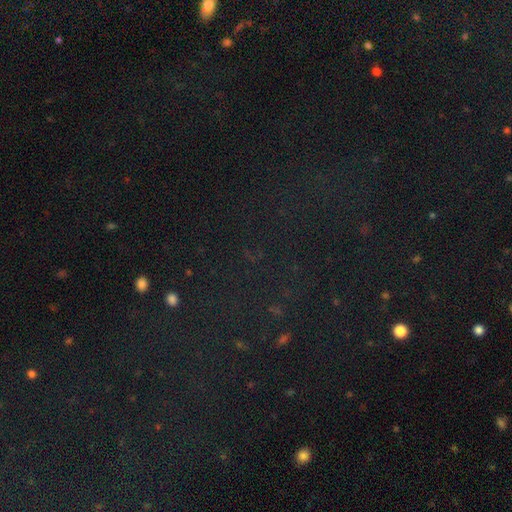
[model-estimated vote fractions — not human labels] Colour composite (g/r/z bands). It shows a star or artifact, not a galaxy (77%).